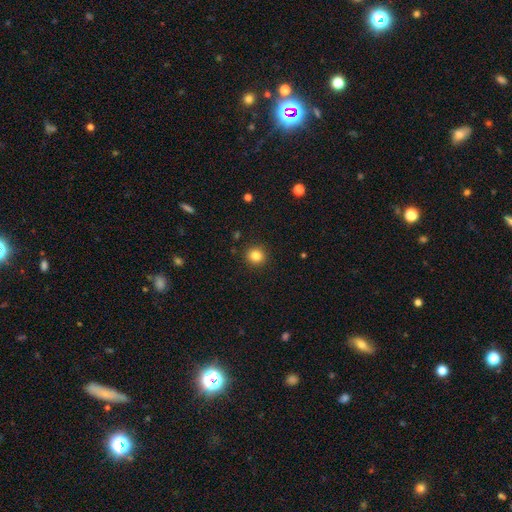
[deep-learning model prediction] A smooth galaxy with no disk features (84%) that is round (91%).

Vote fractions:
- Smooth or featured? smooth: 84% / star or artifact: 11% / featured or disk: 5%
- How rounded? round: 91% / in between: 9% / cigar-shaped: 1%
- Merging? none: 91% / minor disturbance: 6% / major disturbance: 2% / merger: 1%